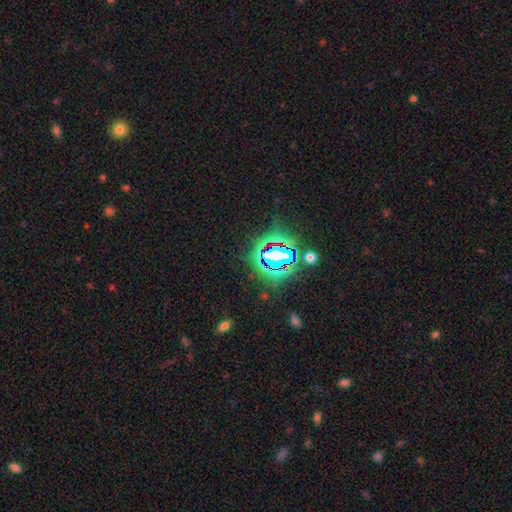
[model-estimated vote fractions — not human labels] Smooth or featured?
  - star or artifact: 80% *
  - smooth: 13%
  - featured or disk: 8%